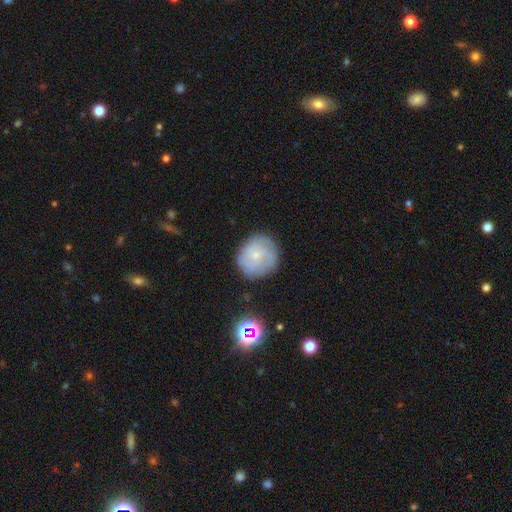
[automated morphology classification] Q: Smooth or featured?
A: featured or disk (55%); runner-up: smooth (36%)
Q: Edge-on disk?
A: no (98%); runner-up: yes (2%)
Q: Bar?
A: no (80%); runner-up: weak (18%)
Q: Spiral arms?
A: yes (84%); runner-up: no (16%)
Q: Bulge size?
A: small (79%); runner-up: moderate (15%)
Q: Merging?
A: none (76%); runner-up: minor disturbance (16%)